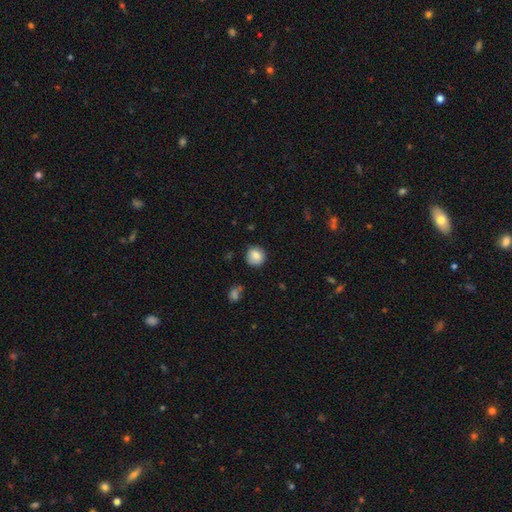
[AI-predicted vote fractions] A smooth galaxy with no disk features (81%) that is round (87%).

Vote fractions:
- Smooth or featured? smooth: 81% / featured or disk: 10% / star or artifact: 9%
- How rounded? round: 87% / in between: 12% / cigar-shaped: 1%
- Merging? none: 84% / minor disturbance: 11% / major disturbance: 3% / merger: 2%